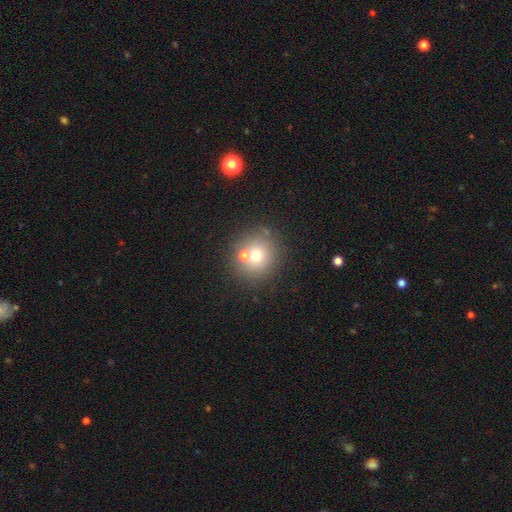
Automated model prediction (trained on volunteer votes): Morphology: type=smooth (68%); roundness=round (89%); merging=none (64%).